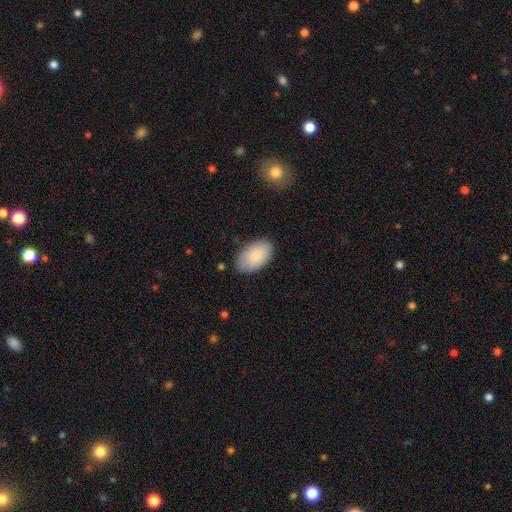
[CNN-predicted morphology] Overall: smooth (85%). How rounded: in between (95%). Merging: none (82%).